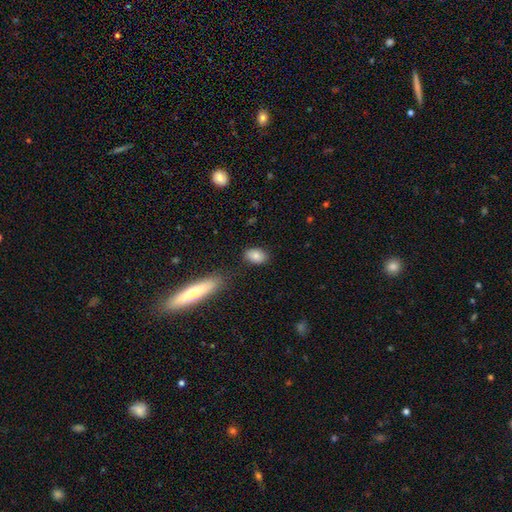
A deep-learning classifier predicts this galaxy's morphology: A smooth galaxy with no disk features (83%) that is in between round and cigar-shaped (84%).

Vote fractions:
- Smooth or featured? smooth: 83% / featured or disk: 9% / star or artifact: 8%
- How rounded? in between: 84% / round: 13% / cigar-shaped: 2%
- Merging? none: 82% / minor disturbance: 11% / major disturbance: 3% / merger: 3%